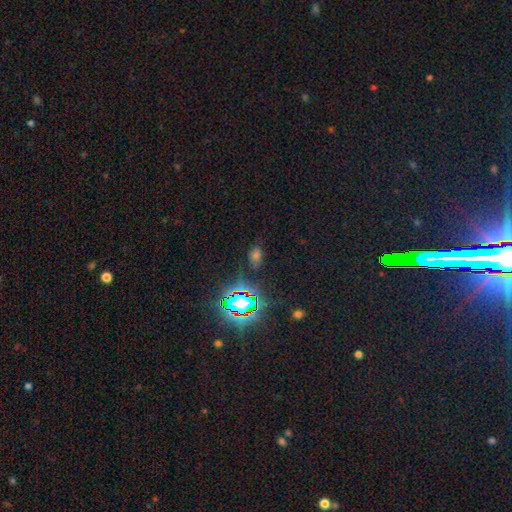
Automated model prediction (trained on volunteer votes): This appears to be a star or artifact, not a galaxy (47%).